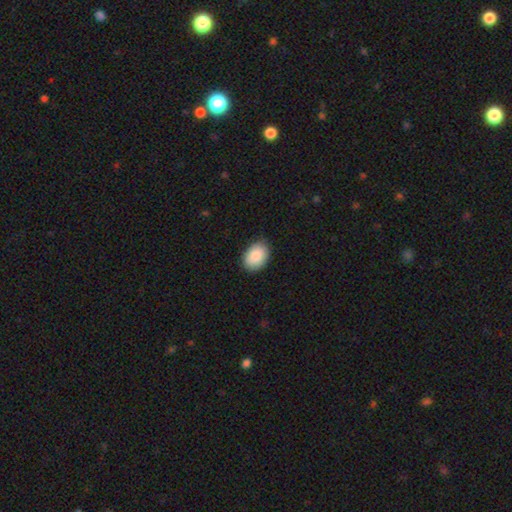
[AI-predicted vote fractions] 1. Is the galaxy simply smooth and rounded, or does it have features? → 88% smooth, 7% star or artifact, 6% featured or disk.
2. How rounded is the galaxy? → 79% in between, 20% round, 1% cigar-shaped.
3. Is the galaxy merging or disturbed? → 84% none, 13% minor disturbance, 2% major disturbance, 1% merger.